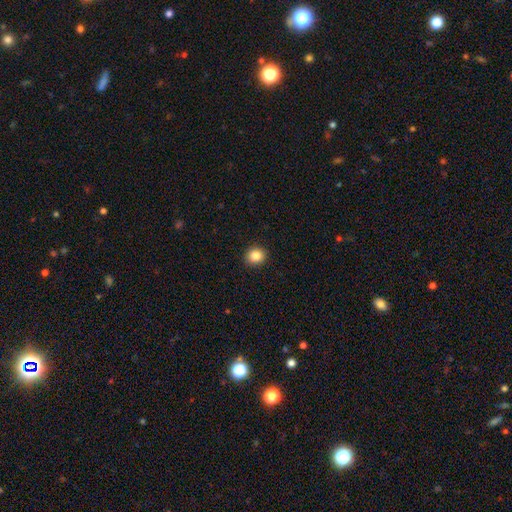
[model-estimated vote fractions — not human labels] Morphology: type=smooth (85%); roundness=round (79%); merging=none (92%).